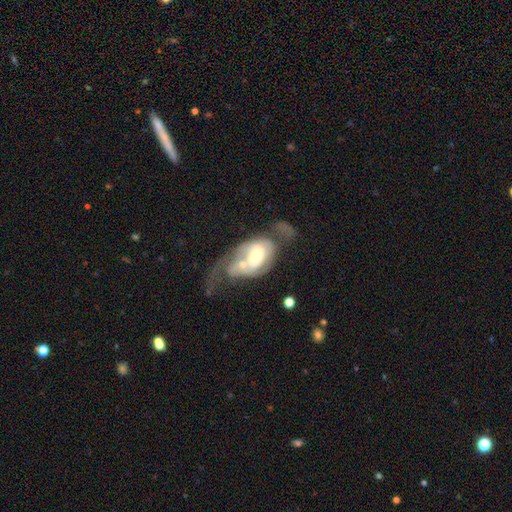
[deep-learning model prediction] Smooth or featured? featured or disk (65%)
Edge-on disk? no (95%)
Bar? no (63%)
Spiral arms? yes (66%)
Bulge size? moderate (61%)
Merging? merger (43%)